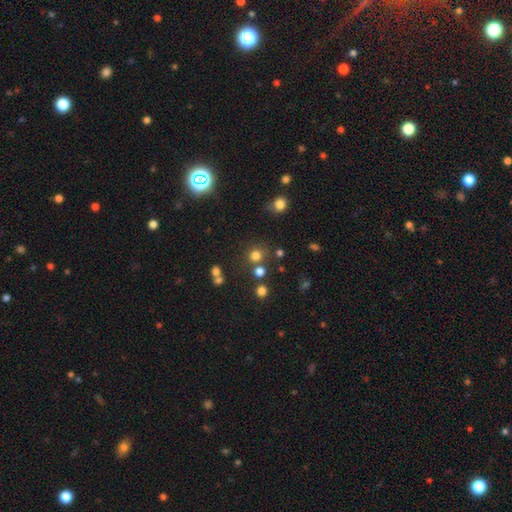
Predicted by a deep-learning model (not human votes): The model was most divided on "smooth or featured": smooth: 74%, star or artifact: 19%, featured or disk: 7%. More confident: how rounded — round (90%); merging — none (74%).